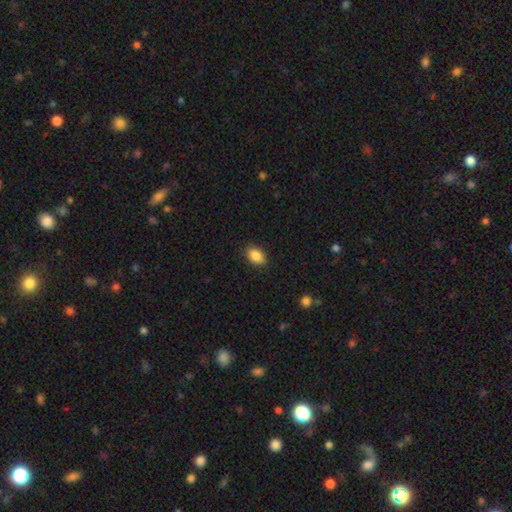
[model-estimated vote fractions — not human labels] A smooth galaxy with no disk features (87%) that is in between round and cigar-shaped (85%). Merging: none (88%).